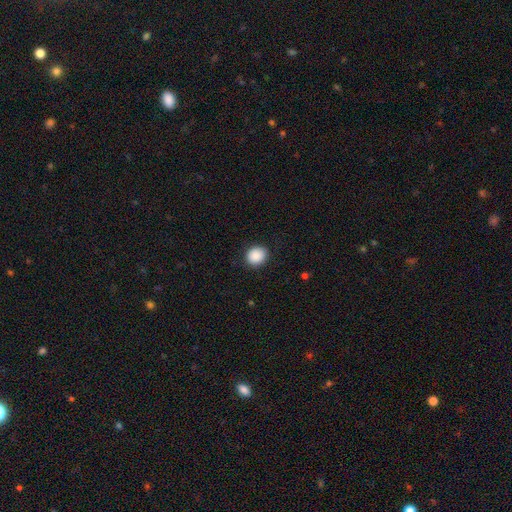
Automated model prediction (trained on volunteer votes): smooth_or_featured: smooth (p=0.89) [alt: star or artifact p=0.08]
how_rounded: round (p=0.75) [alt: in between p=0.24]
merging: none (p=0.89) [alt: minor disturbance p=0.08]